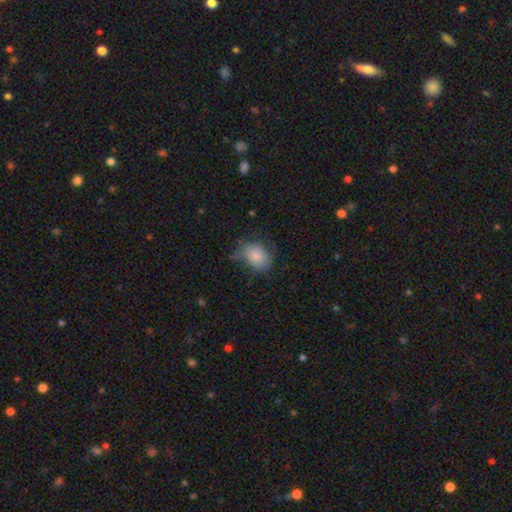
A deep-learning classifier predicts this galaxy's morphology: Smooth or featured? smooth (77%)
How rounded? in between (63%)
Merging? none (47%)